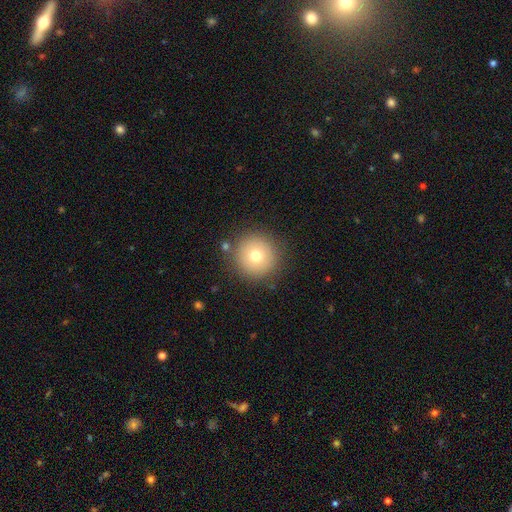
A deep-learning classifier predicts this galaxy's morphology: This appears to be a smooth galaxy with no disk features (74%) that is round (96%). Merging: none (86%).